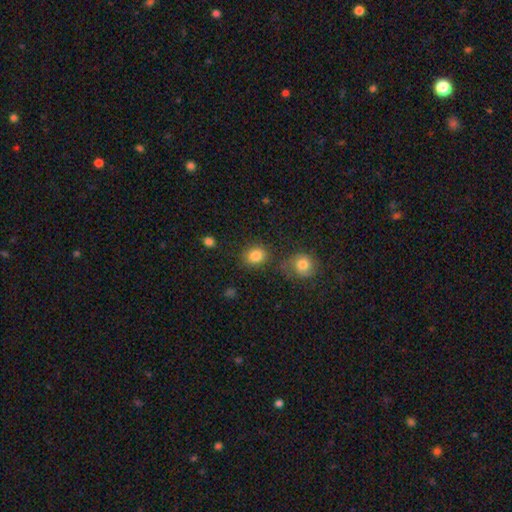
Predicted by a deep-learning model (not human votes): A smooth galaxy with no disk features (84%) that is round (72%).

Vote fractions:
- Smooth or featured? smooth: 84% / star or artifact: 10% / featured or disk: 5%
- How rounded? round: 72% / in between: 27% / cigar-shaped: 1%
- Merging? none: 76% / minor disturbance: 10% / merger: 9% / major disturbance: 4%